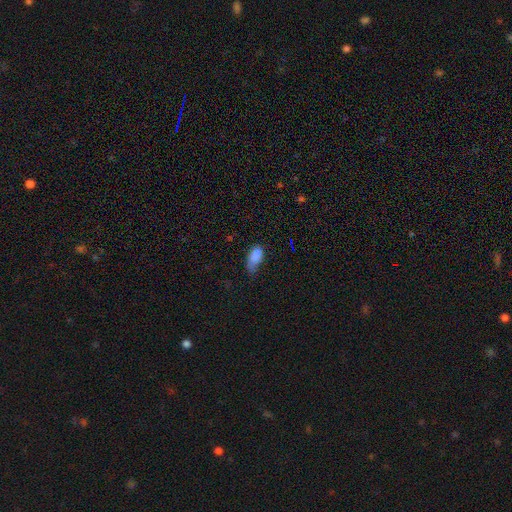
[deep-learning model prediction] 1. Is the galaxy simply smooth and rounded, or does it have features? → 84% smooth, 9% star or artifact, 7% featured or disk.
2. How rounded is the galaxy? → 89% in between, 7% cigar-shaped, 4% round.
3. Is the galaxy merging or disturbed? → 44% minor disturbance, 33% none, 20% major disturbance, 3% merger.